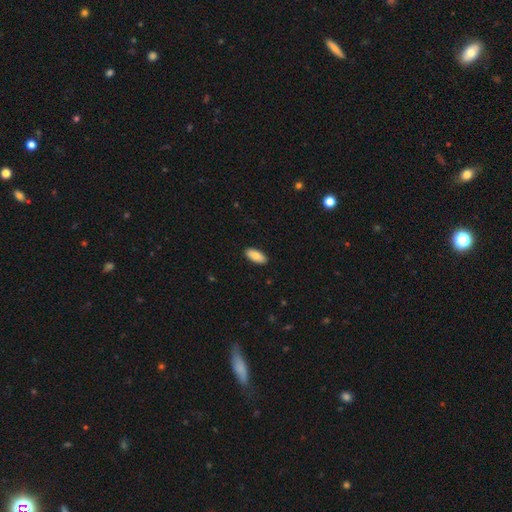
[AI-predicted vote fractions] Smooth or featured? Predicted: smooth (p=0.81). How rounded? Predicted: in between (p=0.89). Merging? Predicted: none (p=0.90).